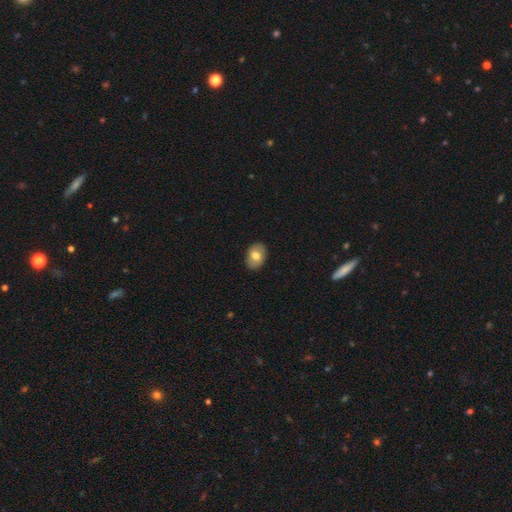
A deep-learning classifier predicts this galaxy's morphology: Overall: smooth (74%). How rounded: in between (81%). Merging: none (89%).